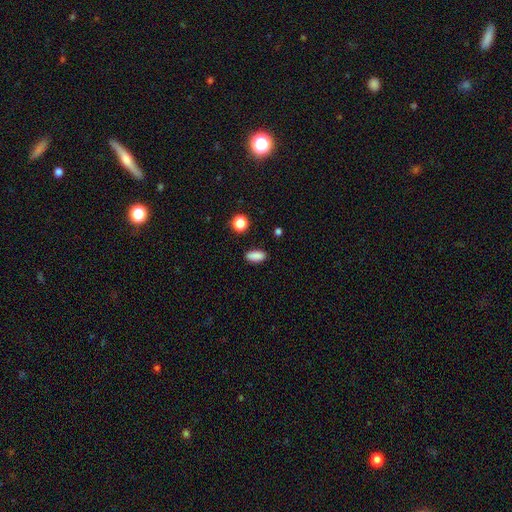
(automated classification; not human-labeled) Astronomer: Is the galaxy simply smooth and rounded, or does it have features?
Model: smooth — 87%.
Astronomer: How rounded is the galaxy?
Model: in between — 85%.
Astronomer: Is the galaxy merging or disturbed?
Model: none — 87%.